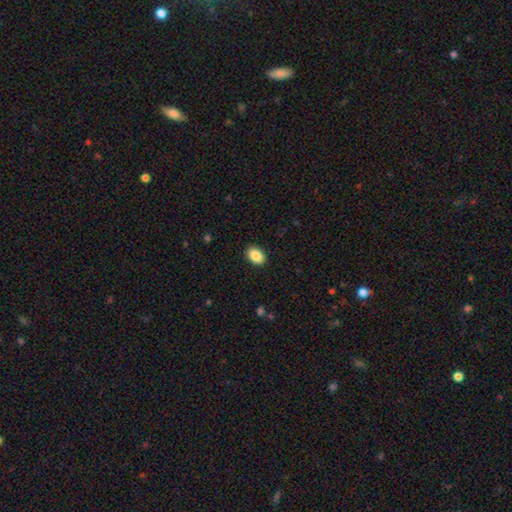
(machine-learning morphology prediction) smooth 89%, star or artifact 7%, featured or disk 4%. Down the decision tree: how rounded — in between (83%); merging — none (90%).